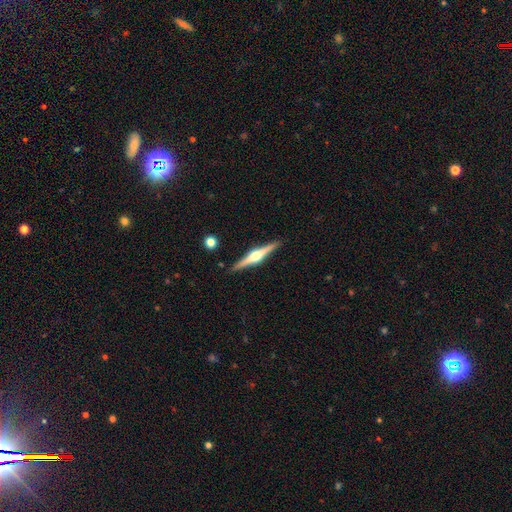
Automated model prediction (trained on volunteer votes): Smooth or featured: featured or disk — 81% (smooth — 14%)
Edge-on disk: yes — 98% (no — 2%)
Edge-on bulge: rounded — 93% (boxy — 5%)
Merging: none — 91% (minor disturbance — 6%)